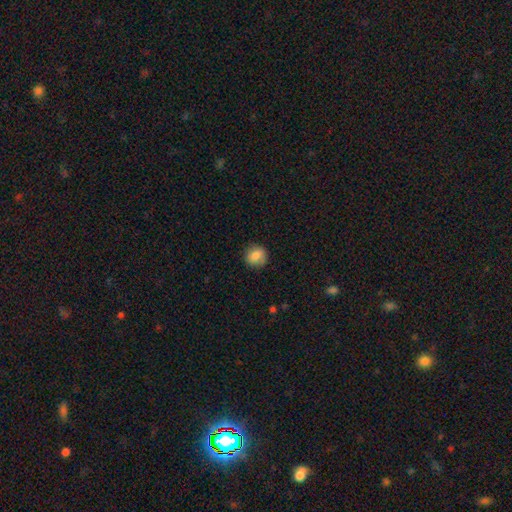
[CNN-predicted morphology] smooth-or-featured: smooth: 84% | star or artifact: 9% | featured or disk: 7%
  how-rounded: round: 83% | in between: 15% | cigar-shaped: 1%
  merging: none: 84% | minor disturbance: 12% | major disturbance: 3% | merger: 1%